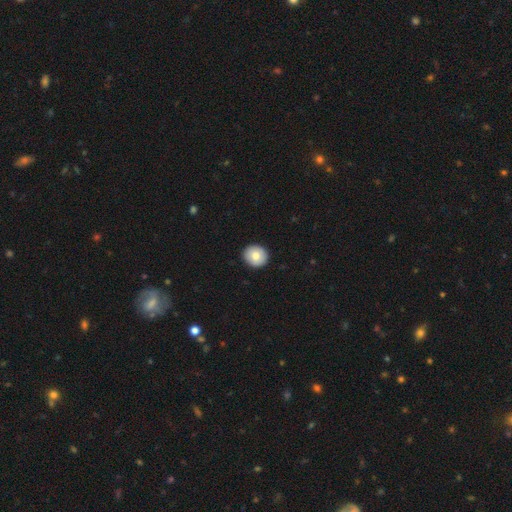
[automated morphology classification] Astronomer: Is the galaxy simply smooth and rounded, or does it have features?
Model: smooth — 79%.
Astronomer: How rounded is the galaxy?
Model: round — 85%.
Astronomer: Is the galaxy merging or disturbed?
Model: none — 92%.